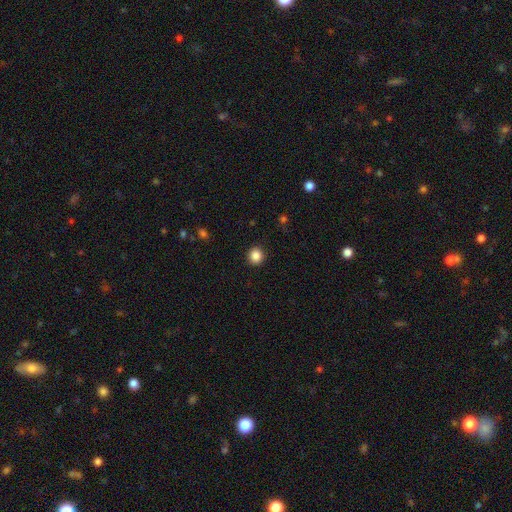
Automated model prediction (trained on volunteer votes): Overall: smooth (86%). How rounded: round (91%). Merging: none (92%).